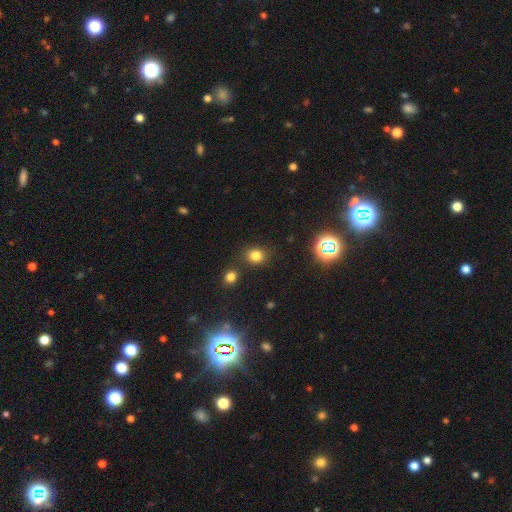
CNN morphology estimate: Smooth or featured: smooth — 78% (star or artifact — 16%)
How rounded: round — 71% (in between — 28%)
Merging: none — 80% (minor disturbance — 10%)